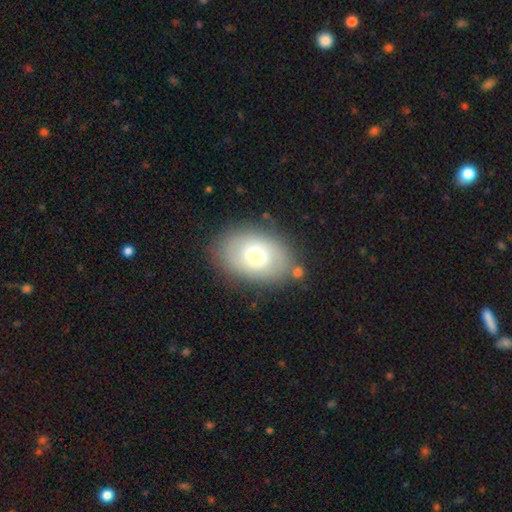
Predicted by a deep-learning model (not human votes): smooth 57%, featured or disk 35%, star or artifact 8%. Down the decision tree: how rounded — in between (86%); merging — none (77%).